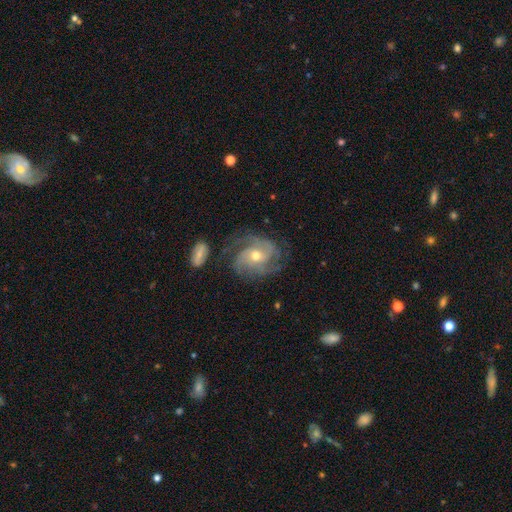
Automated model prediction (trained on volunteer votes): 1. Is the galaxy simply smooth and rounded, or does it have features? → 87% featured or disk, 7% smooth, 6% star or artifact.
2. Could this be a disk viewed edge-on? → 97% no, 3% yes.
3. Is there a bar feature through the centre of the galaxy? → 65% no, 28% weak, 7% strong.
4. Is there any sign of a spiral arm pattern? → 96% yes, 4% no.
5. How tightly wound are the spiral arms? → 45% tight, 43% medium, 12% loose.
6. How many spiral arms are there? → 40% 3, 27% 2, 15% can't tell, 8% 4, 5% 1, 5% more than 4.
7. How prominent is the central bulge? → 60% moderate, 36% small, 2% large, 1% none, 1% dominant.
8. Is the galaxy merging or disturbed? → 68% none, 19% minor disturbance, 10% major disturbance, 3% merger.